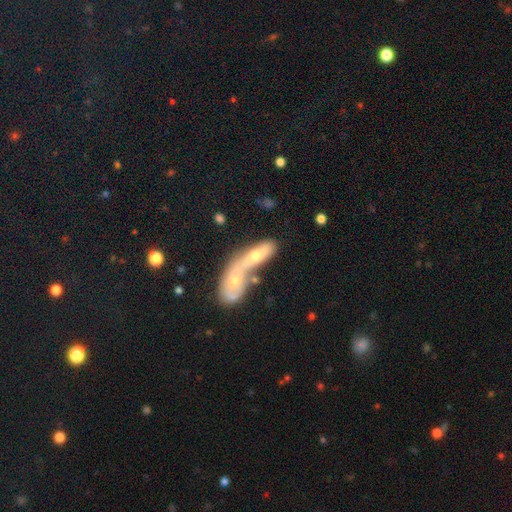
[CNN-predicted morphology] smooth 55%, featured or disk 38%, star or artifact 7%. Down the decision tree: how rounded — in between (54%); merging — merger (68%).